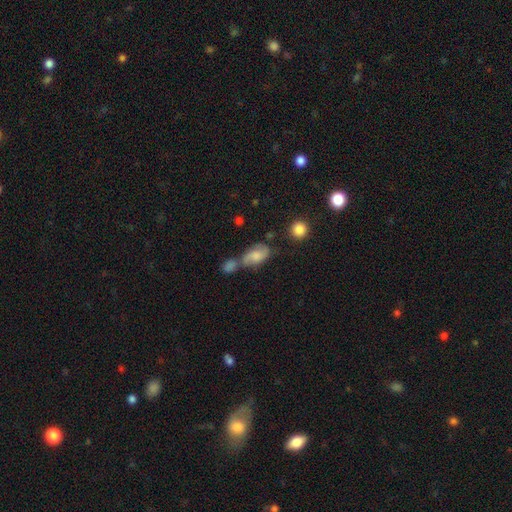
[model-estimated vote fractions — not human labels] The model was most divided on "merging": merger: 38%, none: 34%, minor disturbance: 18%, major disturbance: 11%. More confident: how rounded — in between (84%); smooth or featured — smooth (55%).